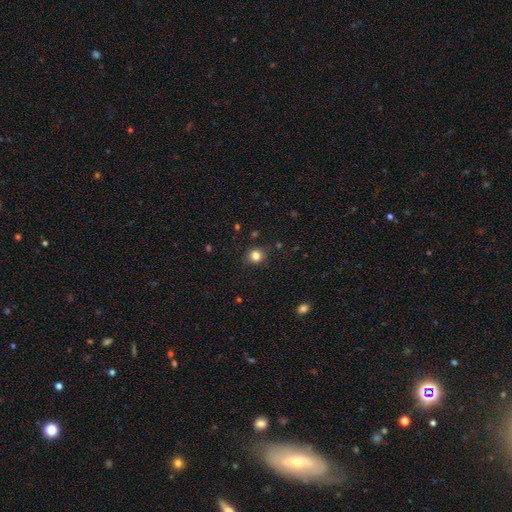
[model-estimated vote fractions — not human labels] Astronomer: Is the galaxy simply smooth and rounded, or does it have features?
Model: smooth — 82%.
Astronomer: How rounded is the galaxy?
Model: round — 85%.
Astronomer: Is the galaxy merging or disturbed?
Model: none — 87%.